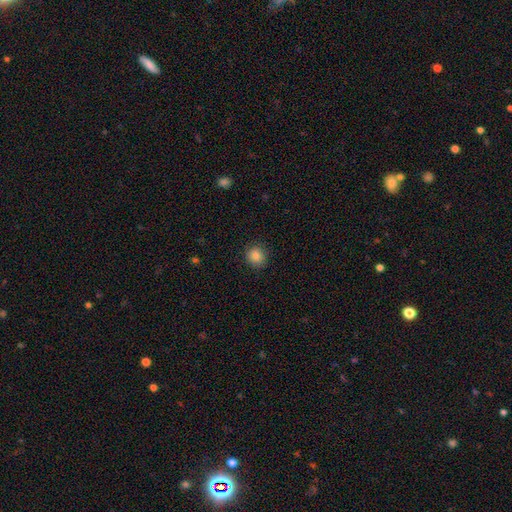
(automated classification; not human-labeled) smooth 85%, star or artifact 10%, featured or disk 5%. Down the decision tree: how rounded — round (89%); merging — none (90%).